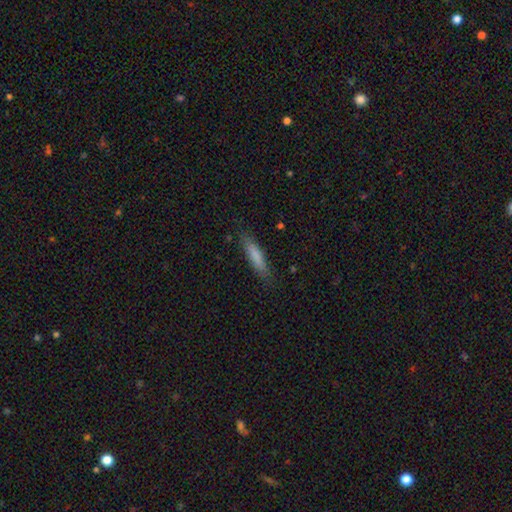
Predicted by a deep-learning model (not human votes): smooth 80%, featured or disk 14%, star or artifact 6%. Down the decision tree: how rounded — cigar-shaped (81%); merging — none (83%).